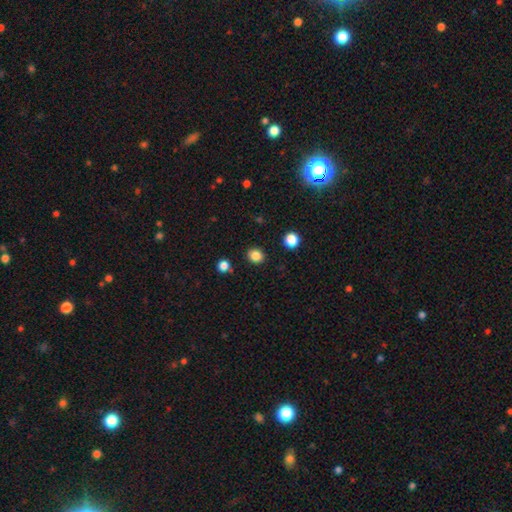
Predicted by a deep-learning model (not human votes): Smooth or featured? Predicted: smooth (p=0.84). How rounded? Predicted: round (p=0.75). Merging? Predicted: none (p=0.89).